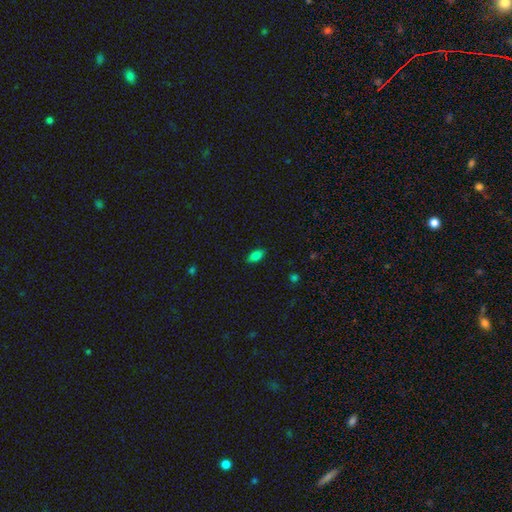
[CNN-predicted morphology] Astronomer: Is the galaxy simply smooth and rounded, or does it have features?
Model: smooth — 82%.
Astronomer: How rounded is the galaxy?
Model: in between — 89%.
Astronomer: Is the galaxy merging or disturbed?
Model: none — 86%.